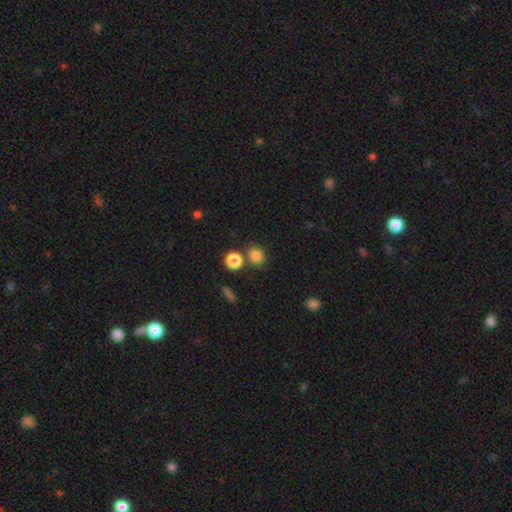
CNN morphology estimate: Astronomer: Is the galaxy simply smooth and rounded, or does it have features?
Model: smooth — 82%.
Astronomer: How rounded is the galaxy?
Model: round — 61% (runner-up: in between, 38%).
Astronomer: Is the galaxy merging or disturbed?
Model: none — 69%.